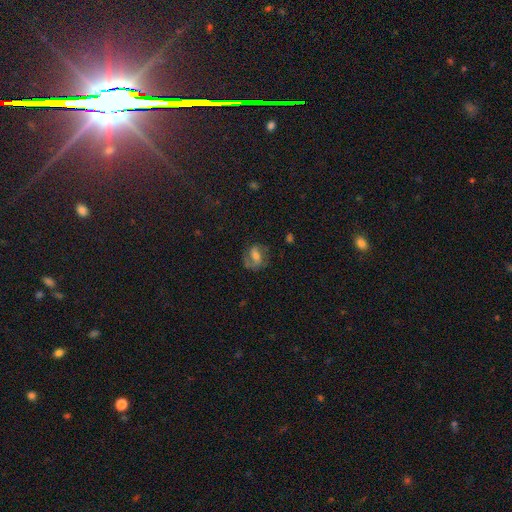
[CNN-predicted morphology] type=featured or disk (63%); edge-on=no (96%); bar=weak (44%); spiral arms=yes (85%); winding=medium (46%); arm count=2 (69%); bulge=moderate (53%); merging=none (63%).